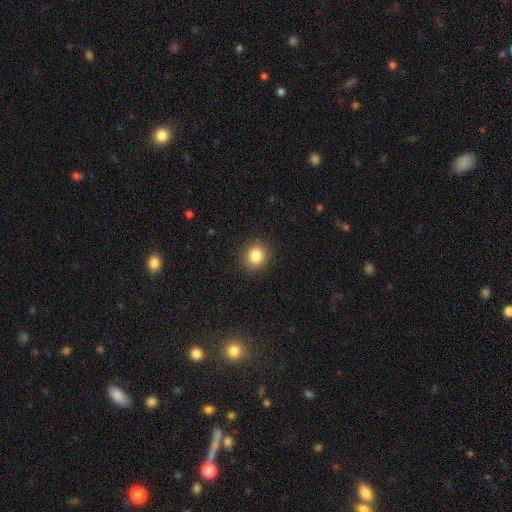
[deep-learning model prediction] Smooth or featured? Predicted: smooth (p=0.85). How rounded? Predicted: round (p=0.82). Merging? Predicted: none (p=0.90).